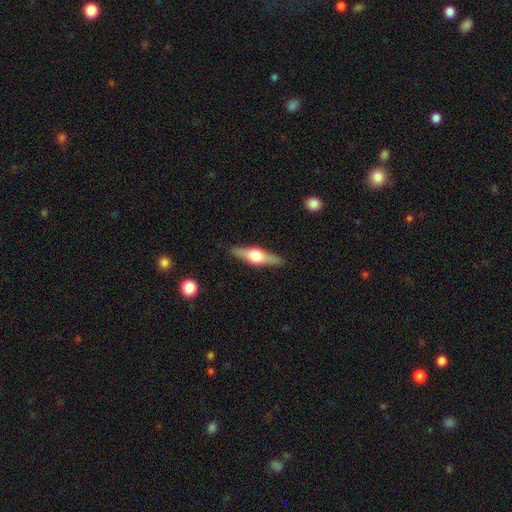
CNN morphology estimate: Smooth or featured?
  - featured or disk: 67% *
  - smooth: 27%
  - star or artifact: 5%
Edge-on disk?
  - yes: 96% *
  - no: 4%
Edge-on bulge?
  - rounded: 94% *
  - boxy: 5%
  - none: 1%
Merging?
  - none: 88% *
  - minor disturbance: 9%
  - major disturbance: 2%
  - merger: 1%